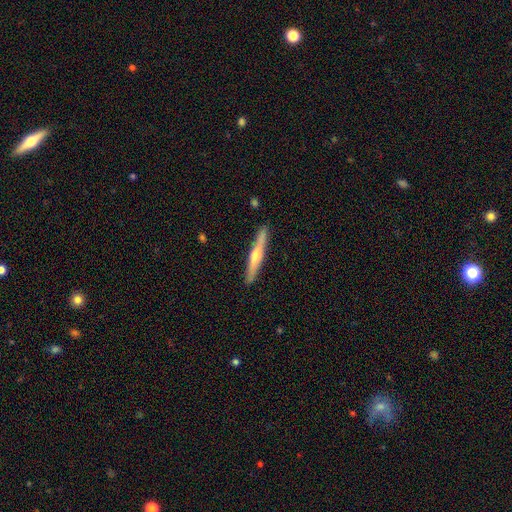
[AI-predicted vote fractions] Smooth or featured? Predicted: featured or disk (p=0.55). Edge-on disk? Predicted: yes (p=0.96). Edge-on bulge? Predicted: rounded (p=0.80). Merging? Predicted: none (p=0.90).